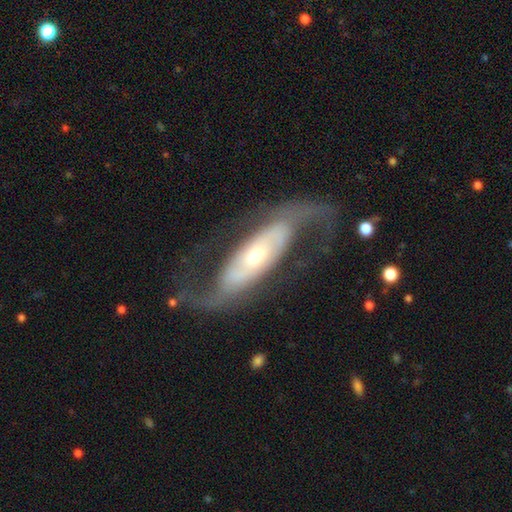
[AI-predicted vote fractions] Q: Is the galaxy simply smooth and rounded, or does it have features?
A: featured or disk — 85%.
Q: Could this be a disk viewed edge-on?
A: no — 89%.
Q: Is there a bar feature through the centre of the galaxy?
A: no — 45%.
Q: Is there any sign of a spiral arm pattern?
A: yes — 91%.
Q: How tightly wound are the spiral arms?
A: loose — 52%.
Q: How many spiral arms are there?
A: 2 — 91%.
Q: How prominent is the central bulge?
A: small — 45%.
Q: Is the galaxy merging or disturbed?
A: none — 70%.